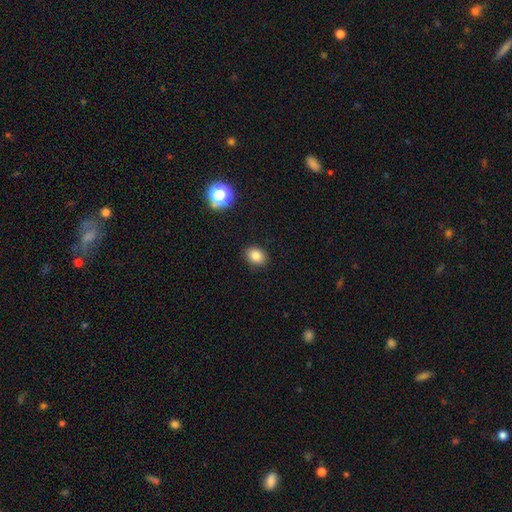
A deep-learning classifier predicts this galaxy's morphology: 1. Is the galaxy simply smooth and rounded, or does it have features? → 83% smooth, 12% star or artifact, 5% featured or disk.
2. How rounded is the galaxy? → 60% in between, 39% round, 1% cigar-shaped.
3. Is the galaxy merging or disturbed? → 89% none, 8% minor disturbance, 2% major disturbance, 1% merger.